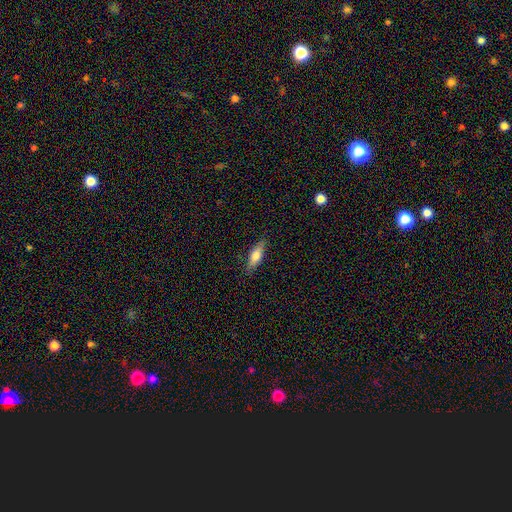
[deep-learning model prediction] Smooth or featured? smooth (68%)
How rounded? in between (52%)
Merging? none (84%)